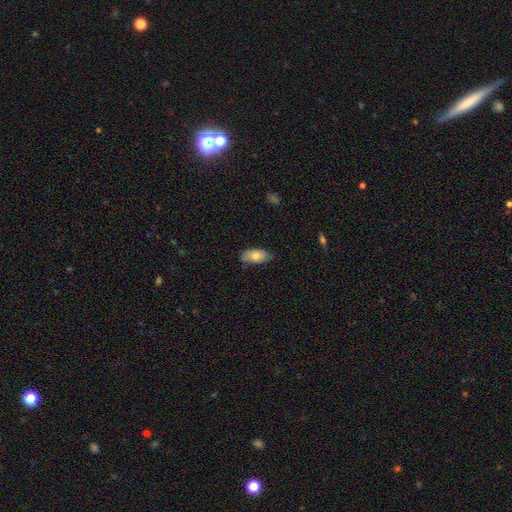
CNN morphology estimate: smooth-or-featured: smooth: 73% | featured or disk: 20% | star or artifact: 7%
  how-rounded: in between: 92% | cigar-shaped: 4% | round: 4%
  merging: none: 71% | minor disturbance: 24% | major disturbance: 3% | merger: 2%